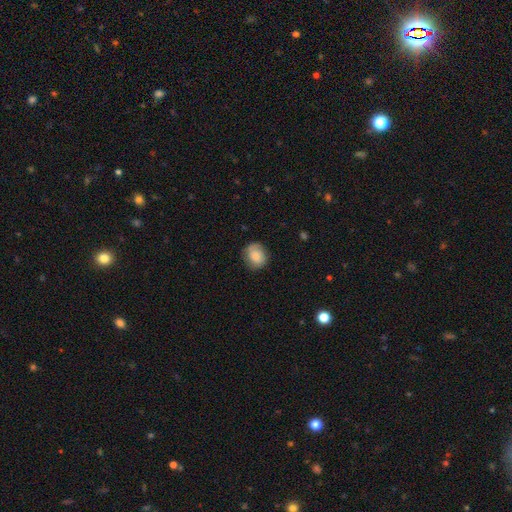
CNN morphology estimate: A smooth galaxy with no disk features (80%) that is round (60%). Merging: none (77%).